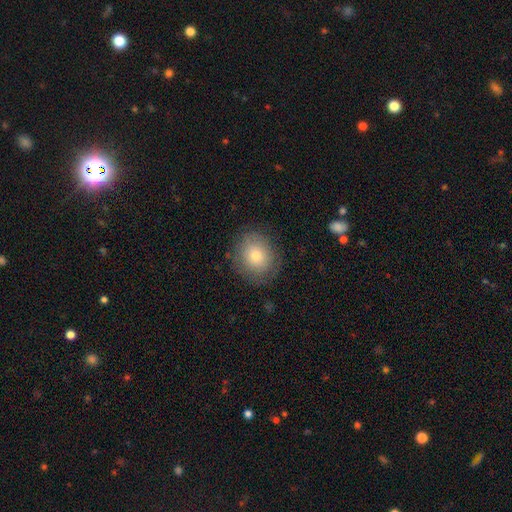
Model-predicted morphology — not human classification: smooth-or-featured: smooth: 73% | featured or disk: 18% | star or artifact: 10%
  how-rounded: round: 71% | in between: 28% | cigar-shaped: 1%
  merging: none: 81% | minor disturbance: 13% | major disturbance: 5% | merger: 1%